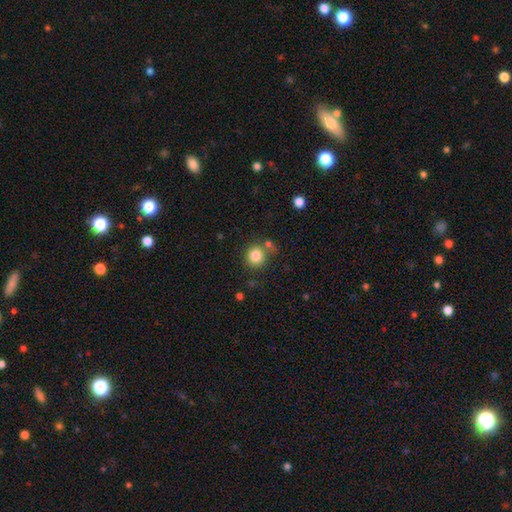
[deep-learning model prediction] Smooth or featured? smooth (83%)
How rounded? round (89%)
Merging? none (73%)